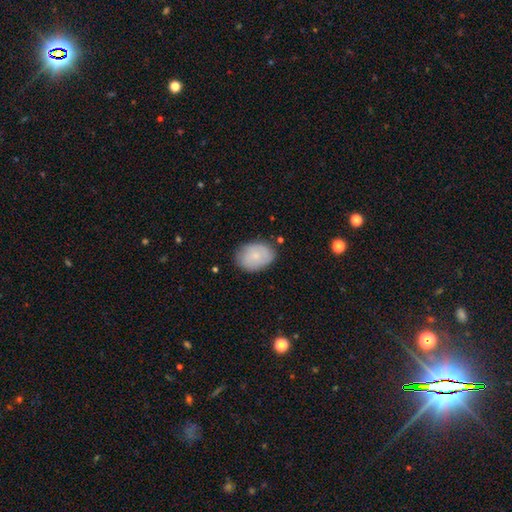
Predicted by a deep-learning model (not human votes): Smooth or featured? smooth (76%)
How rounded? in between (75%)
Merging? none (78%)